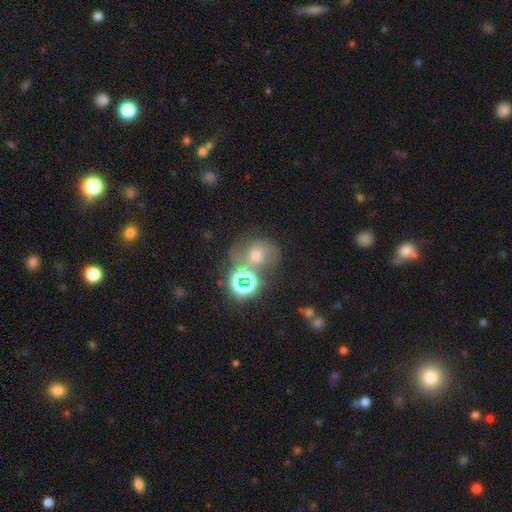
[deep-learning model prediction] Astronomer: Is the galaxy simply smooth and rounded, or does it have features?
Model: smooth — 41% (runner-up: star or artifact, 33%).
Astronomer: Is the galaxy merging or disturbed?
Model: none — 46% (runner-up: merger, 29%).